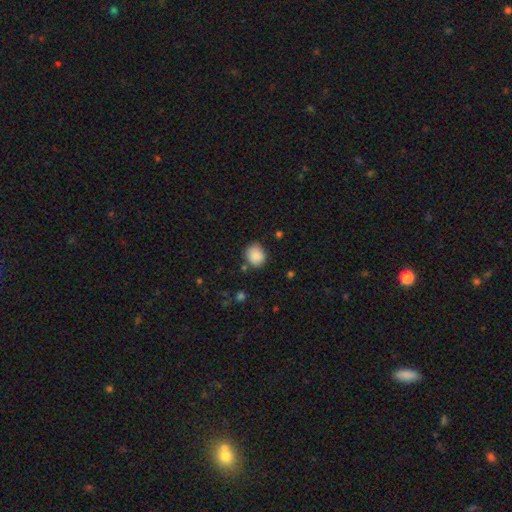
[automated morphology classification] The model was most divided on "how rounded": round: 71%, in between: 28%, cigar-shaped: 1%. More confident: smooth or featured — smooth (87%); merging — none (76%).